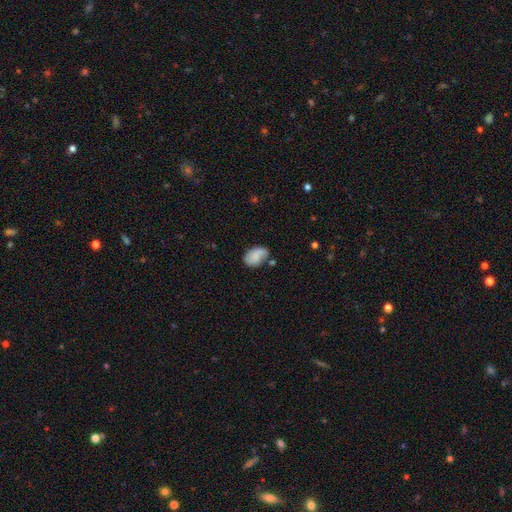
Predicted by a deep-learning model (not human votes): The model was most divided on "merging": none: 54%, minor disturbance: 27%, merger: 10%, major disturbance: 9%. More confident: how rounded — in between (87%); smooth or featured — smooth (73%).